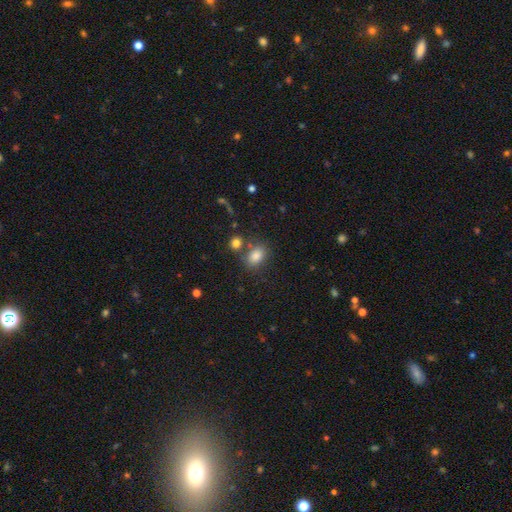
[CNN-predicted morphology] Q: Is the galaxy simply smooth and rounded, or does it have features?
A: smooth — 83%.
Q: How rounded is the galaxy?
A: in between — 77%.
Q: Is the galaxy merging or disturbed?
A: none — 67%.